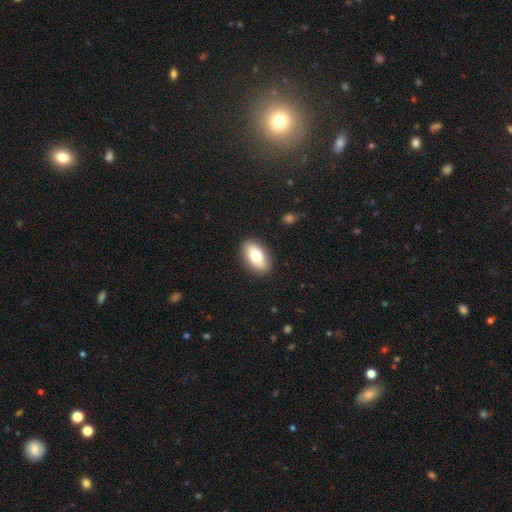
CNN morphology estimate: Smooth or featured?
  - smooth: 74% *
  - featured or disk: 19%
  - star or artifact: 7%
How rounded?
  - in between: 90% *
  - round: 7%
  - cigar-shaped: 3%
Merging?
  - none: 88% *
  - minor disturbance: 8%
  - major disturbance: 2%
  - merger: 1%